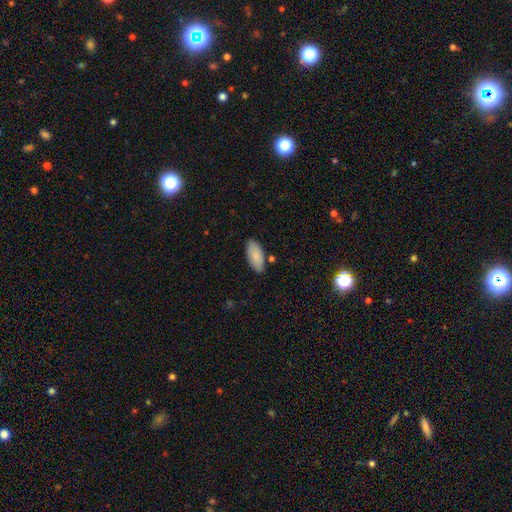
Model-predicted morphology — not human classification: Smooth or featured? Predicted: smooth (p=0.87). How rounded? Predicted: in between (p=0.91). Merging? Predicted: none (p=0.82).